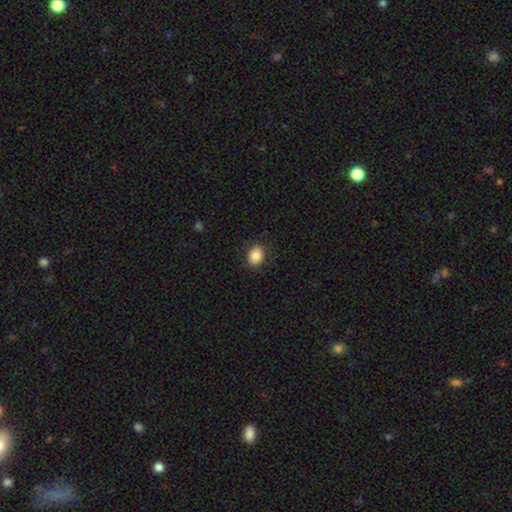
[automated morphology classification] smooth-or-featured: smooth: 84% | star or artifact: 9% | featured or disk: 7%
  how-rounded: round: 50% | in between: 49% | cigar-shaped: 1%
  merging: none: 86% | minor disturbance: 10% | major disturbance: 3% | merger: 1%